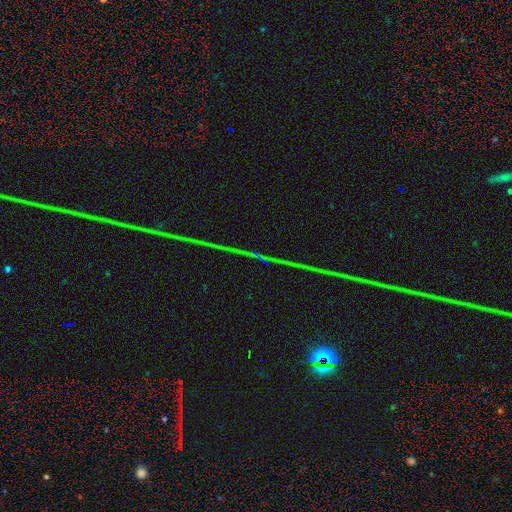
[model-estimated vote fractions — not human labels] star or artifact 87%, featured or disk 7%, smooth 6%.